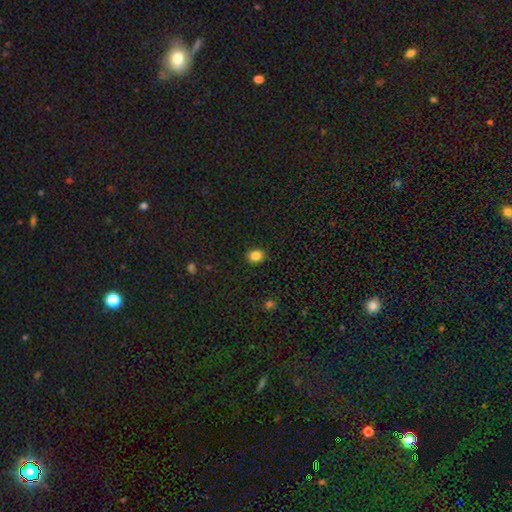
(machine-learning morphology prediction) smooth 84%, star or artifact 11%, featured or disk 5%. Down the decision tree: how rounded — round (61%); merging — none (89%).